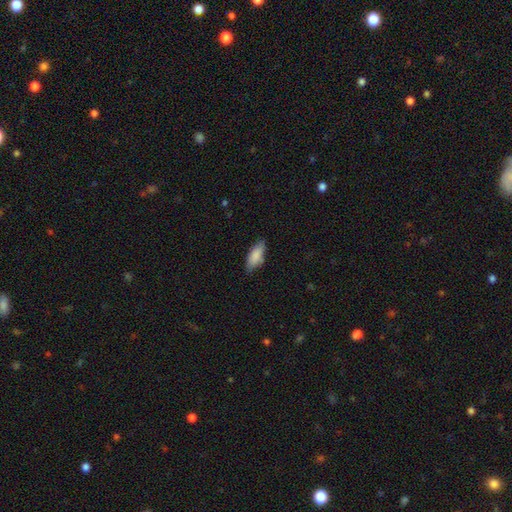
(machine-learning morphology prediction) Smooth or featured? Predicted: smooth (p=0.85). How rounded? Predicted: in between (p=0.78). Merging? Predicted: none (p=0.76).